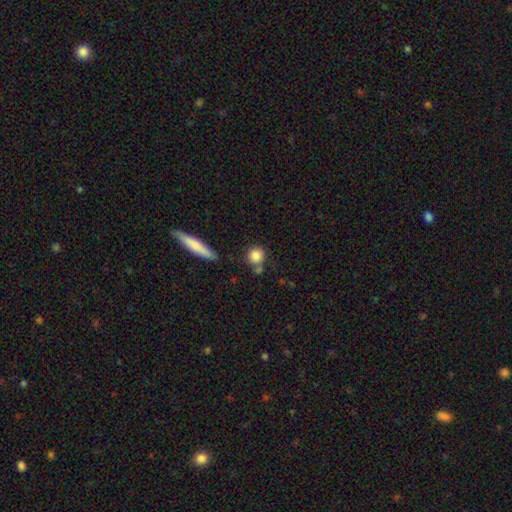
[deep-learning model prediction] This is clearly a smooth galaxy (85%). How rounded: clearly round (86%). Merging: likely none (67%).